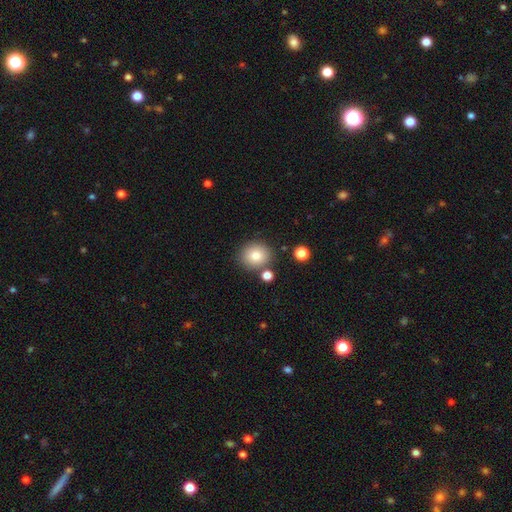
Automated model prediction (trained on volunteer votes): A smooth galaxy with no disk features (81%) that is round (81%).

Vote fractions:
- Smooth or featured? smooth: 81% / star or artifact: 10% / featured or disk: 9%
- How rounded? round: 81% / in between: 18% / cigar-shaped: 1%
- Merging? none: 80% / minor disturbance: 9% / merger: 8% / major disturbance: 3%